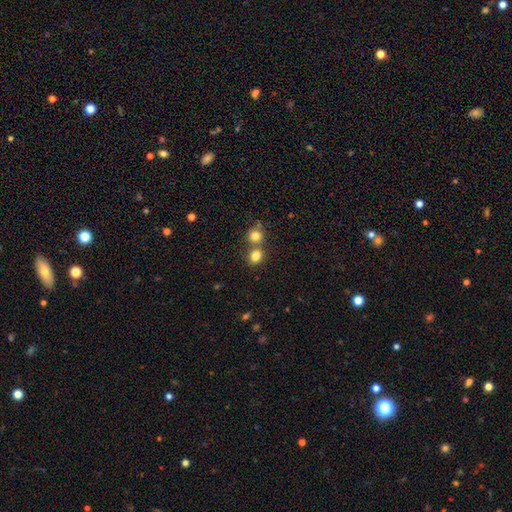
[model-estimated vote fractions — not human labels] The model was most divided on "merging": none: 55%, merger: 35%, minor disturbance: 8%, major disturbance: 3%. More confident: smooth or featured — smooth (81%); how rounded — round (66%).